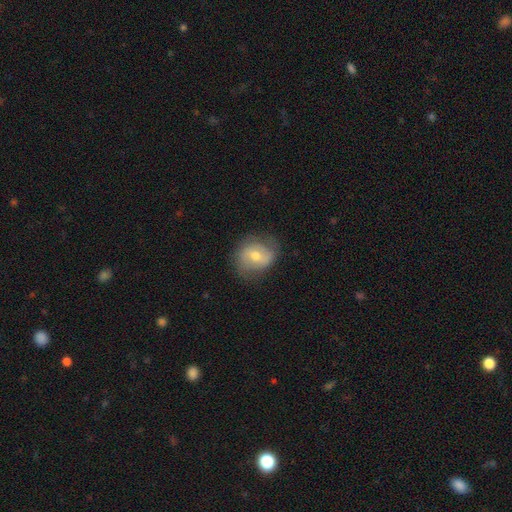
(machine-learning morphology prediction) Smooth or featured? smooth (47%)
Merging? none (71%)